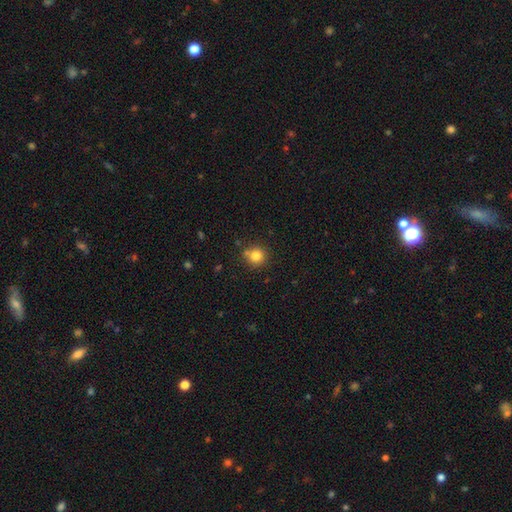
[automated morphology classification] Q: Smooth or featured?
A: smooth (82%); runner-up: star or artifact (12%)
Q: How rounded?
A: round (93%); runner-up: in between (6%)
Q: Merging?
A: none (78%); runner-up: minor disturbance (11%)